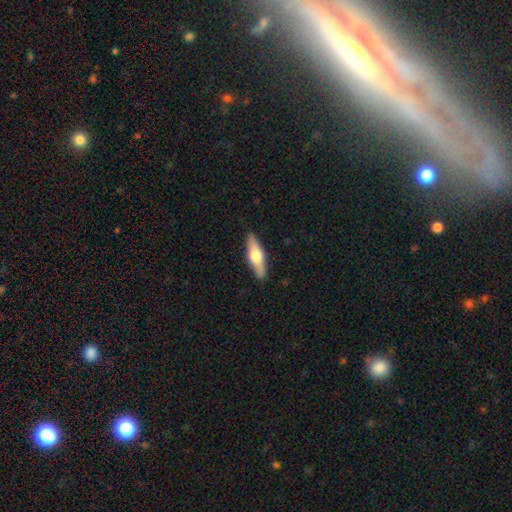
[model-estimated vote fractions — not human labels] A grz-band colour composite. It shows a smooth galaxy with no disk features (48%). Merging: none (89%).